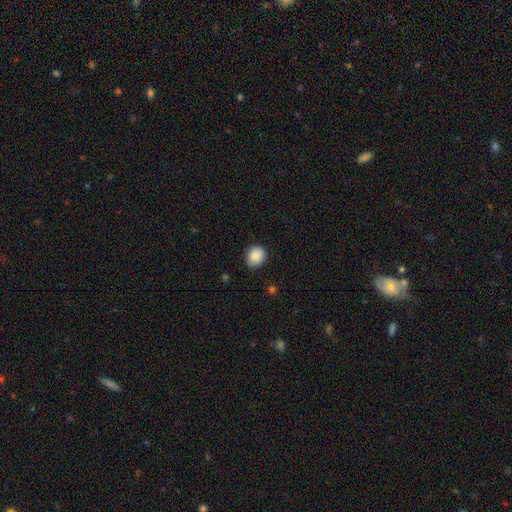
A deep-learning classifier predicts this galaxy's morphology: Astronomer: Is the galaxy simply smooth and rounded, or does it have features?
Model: smooth — 88%.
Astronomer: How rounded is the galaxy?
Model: round — 76%.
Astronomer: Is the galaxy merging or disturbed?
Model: none — 84%.